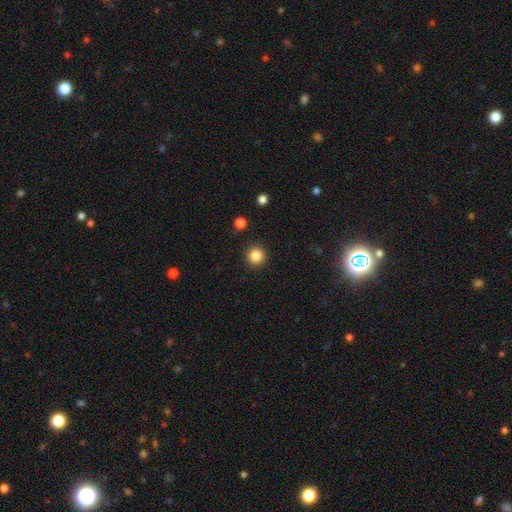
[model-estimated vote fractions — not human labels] Smooth or featured? smooth (85%)
How rounded? round (95%)
Merging? none (92%)